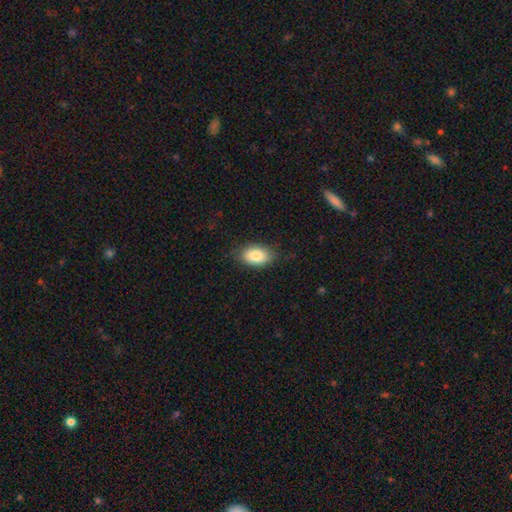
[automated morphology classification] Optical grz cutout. It shows a smooth galaxy with no disk features (84%) that is in between round and cigar-shaped (90%). Merging: none (81%).